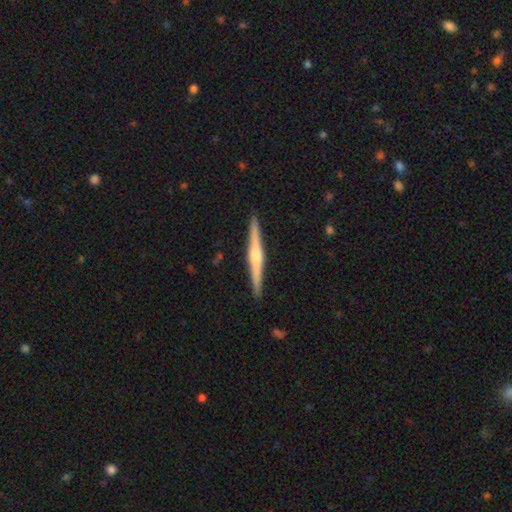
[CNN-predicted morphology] featured or disk 77%, smooth 18%, star or artifact 5%. Down the decision tree: edge-on disk — yes (98%); edge-on bulge — rounded (78%); merging — none (92%).